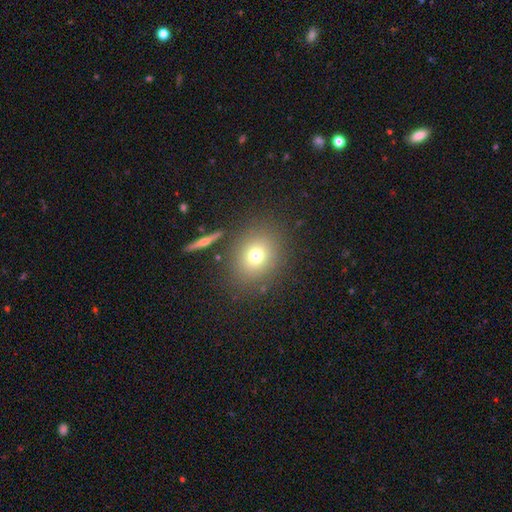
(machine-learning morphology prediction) smooth-or-featured: smooth: 72% | star or artifact: 15% | featured or disk: 13%
  how-rounded: round: 68% | in between: 30% | cigar-shaped: 1%
  merging: none: 83% | minor disturbance: 9% | major disturbance: 4% | merger: 4%